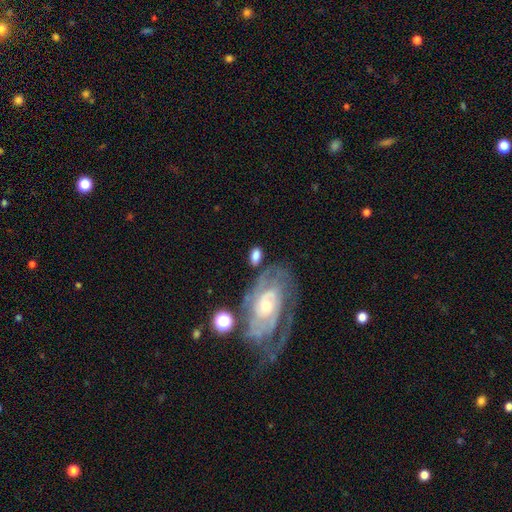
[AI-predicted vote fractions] This appears to be a smooth galaxy with no disk features (61%) that is in between round and cigar-shaped (85%). Merging: none (58%).